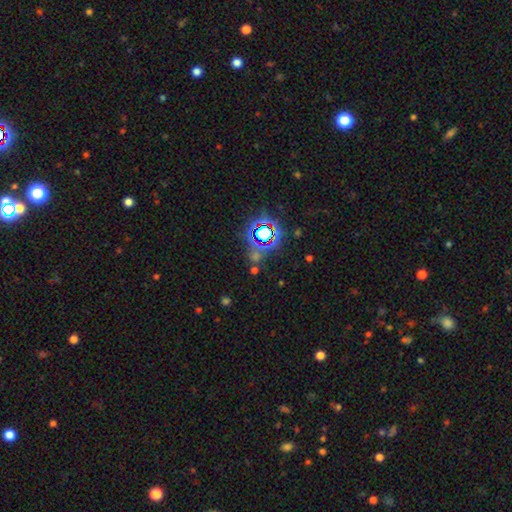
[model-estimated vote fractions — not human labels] This is likely a star or artifact rather than a galaxy (73%).